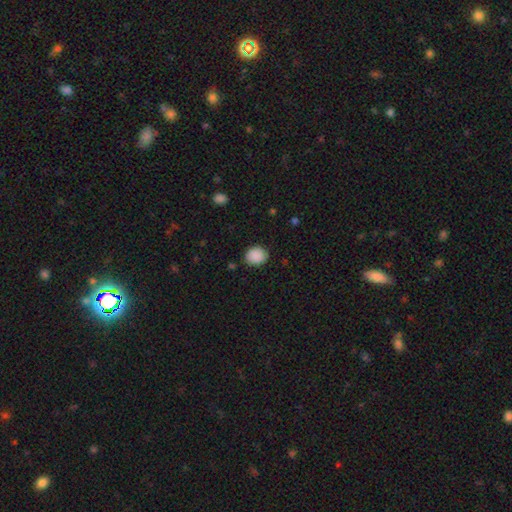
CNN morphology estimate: Smooth or featured? Predicted: smooth (p=0.89). How rounded? Predicted: round (p=0.58). Merging? Predicted: none (p=0.83).